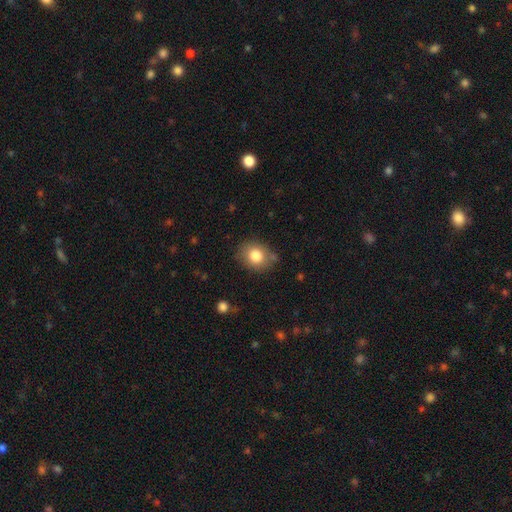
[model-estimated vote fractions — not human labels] smooth 81%, featured or disk 10%, star or artifact 10%. Down the decision tree: how rounded — round (63%); merging — none (80%).